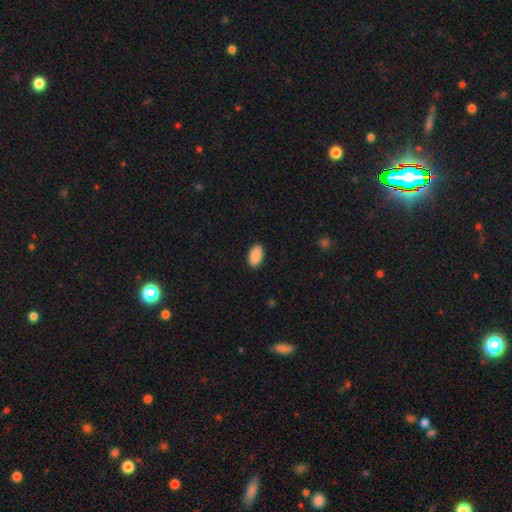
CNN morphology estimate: Smooth or featured? smooth (89%)
How rounded? in between (95%)
Merging? none (90%)